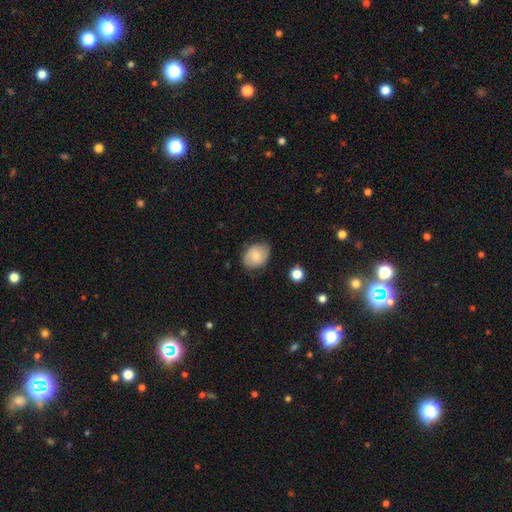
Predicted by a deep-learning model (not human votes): This appears to be a smooth galaxy with no disk features (68%) that is in between round and cigar-shaped (68%). Merging: none (76%).